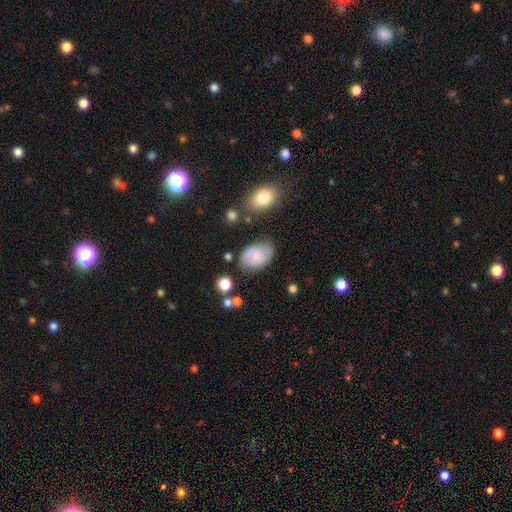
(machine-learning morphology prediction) Smooth or featured: smooth — 62% (featured or disk — 29%)
How rounded: in between — 84% (round — 14%)
Merging: none — 68% (minor disturbance — 22%)